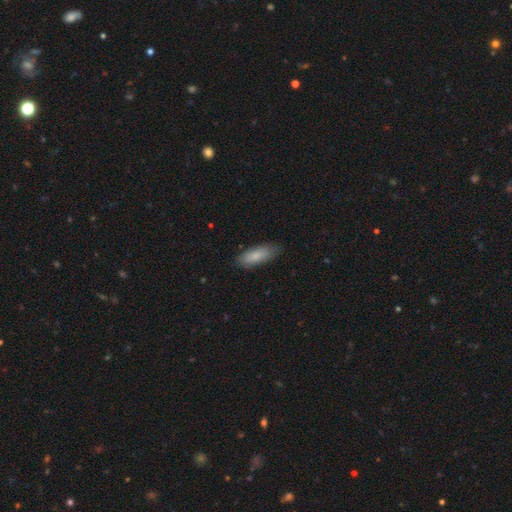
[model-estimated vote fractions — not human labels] Smooth or featured: smooth — 83% (featured or disk — 12%)
How rounded: in between — 62% (cigar-shaped — 36%)
Merging: none — 83% (minor disturbance — 13%)